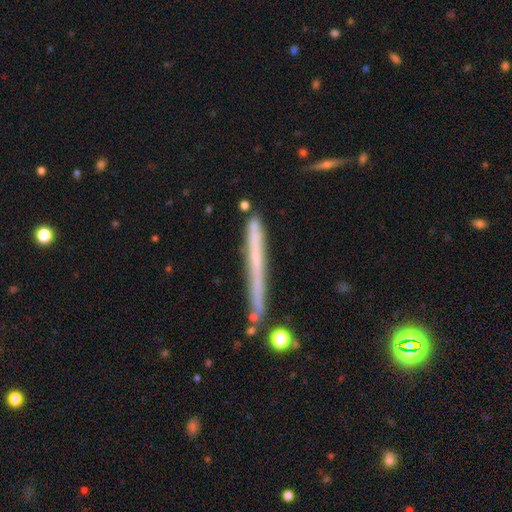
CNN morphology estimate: This appears to be a featured or disk galaxy (47%). Merging: none (77%).